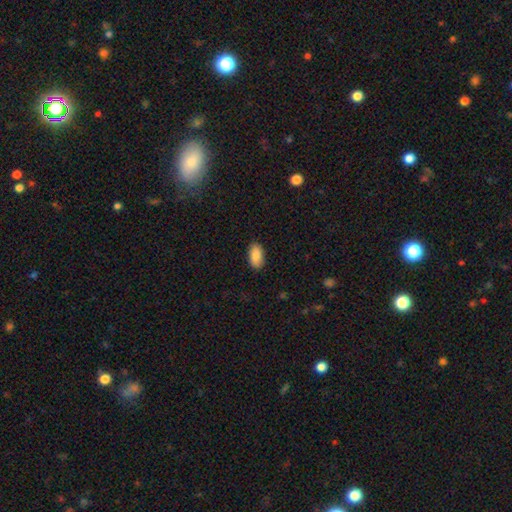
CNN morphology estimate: This appears to be a smooth galaxy with no disk features (85%) that is in between round and cigar-shaped (94%). Merging: none (89%).